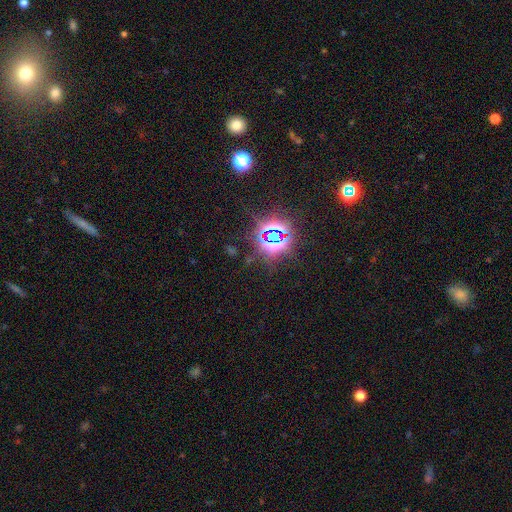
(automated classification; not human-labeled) This appears to be a star or artifact, not a galaxy (78%).